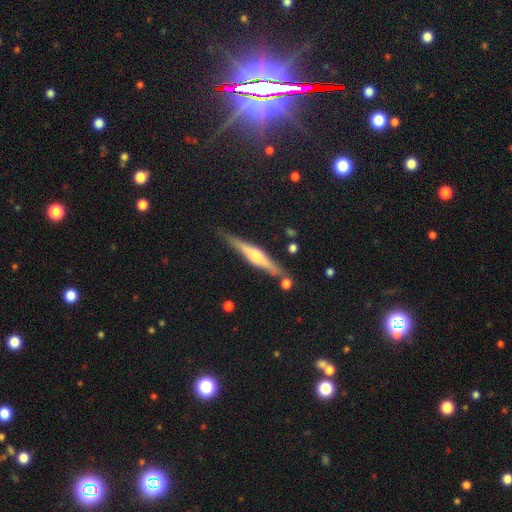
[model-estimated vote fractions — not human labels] smooth-or-featured: featured or disk: 67% | smooth: 26% | star or artifact: 7%
  disk-edge-on: yes: 96% | no: 4%
    edge-on-bulge: rounded: 81% | boxy: 11% | none: 7%
  merging: none: 81% | minor disturbance: 12% | merger: 5% | major disturbance: 3%